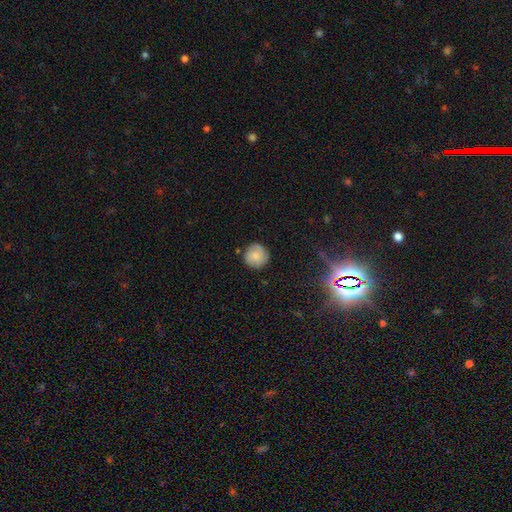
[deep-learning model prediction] Smooth or featured: smooth — 67% (featured or disk — 25%)
How rounded: round — 93% (in between — 6%)
Merging: none — 84% (minor disturbance — 12%)